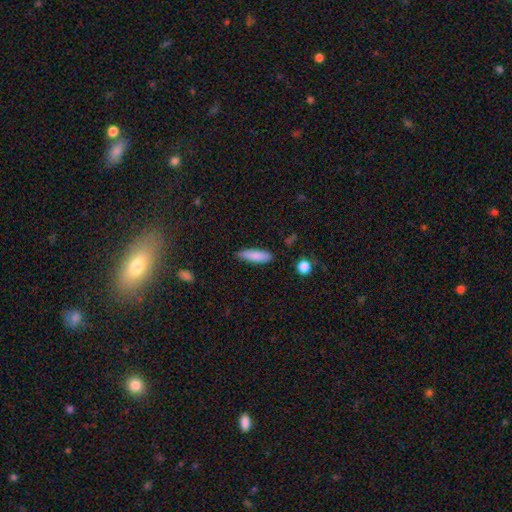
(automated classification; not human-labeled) A smooth galaxy with no disk features (84%) that is cigar-shaped (59%).

Vote fractions:
- Smooth or featured? smooth: 84% / featured or disk: 9% / star or artifact: 7%
- How rounded? cigar-shaped: 59% / in between: 40% / round: 2%
- Merging? none: 84% / minor disturbance: 12% / major disturbance: 2% / merger: 2%